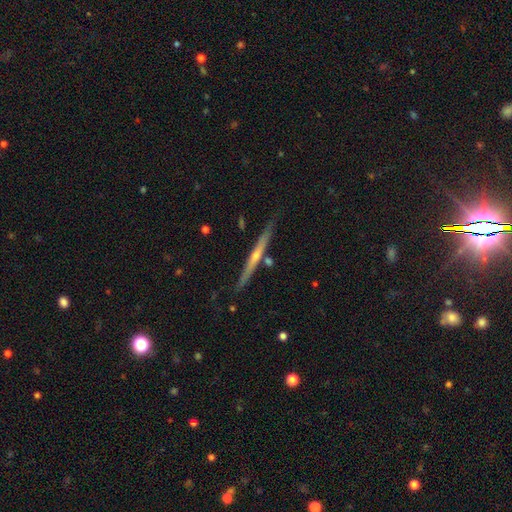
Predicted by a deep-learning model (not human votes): Smooth or featured?
  - featured or disk: 76% *
  - smooth: 15%
  - star or artifact: 9%
Edge-on disk?
  - yes: 97% *
  - no: 3%
Edge-on bulge?
  - rounded: 71% *
  - none: 22%
  - boxy: 7%
Merging?
  - none: 87% *
  - minor disturbance: 9%
  - merger: 2%
  - major disturbance: 2%